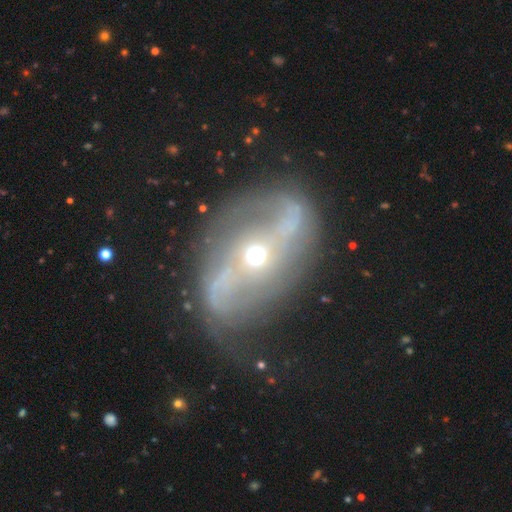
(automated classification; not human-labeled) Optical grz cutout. It shows a featured or disk galaxy (75%) with no bar (51%), spiral arms (67%) and a moderate central bulge (54%). Merging: none (46%).